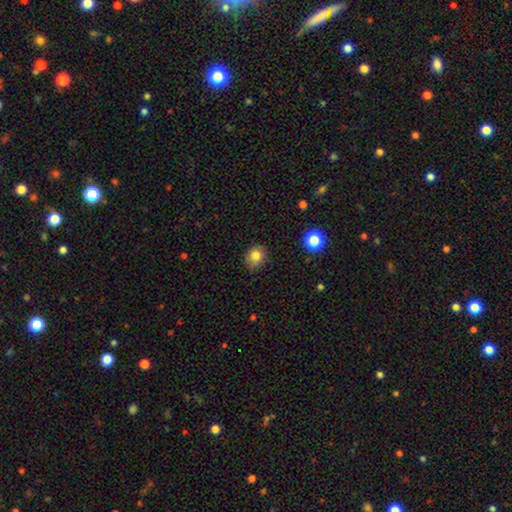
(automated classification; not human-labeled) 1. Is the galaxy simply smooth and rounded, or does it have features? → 82% smooth, 11% star or artifact, 7% featured or disk.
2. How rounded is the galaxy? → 74% round, 25% in between, 1% cigar-shaped.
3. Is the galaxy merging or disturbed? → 83% none, 13% minor disturbance, 3% major disturbance, 1% merger.